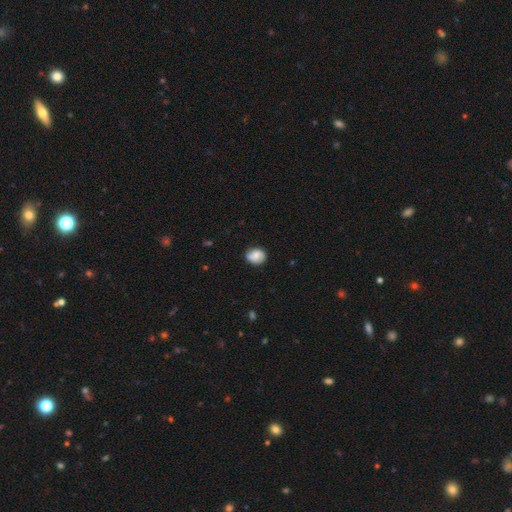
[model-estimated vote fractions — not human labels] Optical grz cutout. It shows a smooth galaxy with no disk features (71%) that is round (61%). Merging: none (79%).